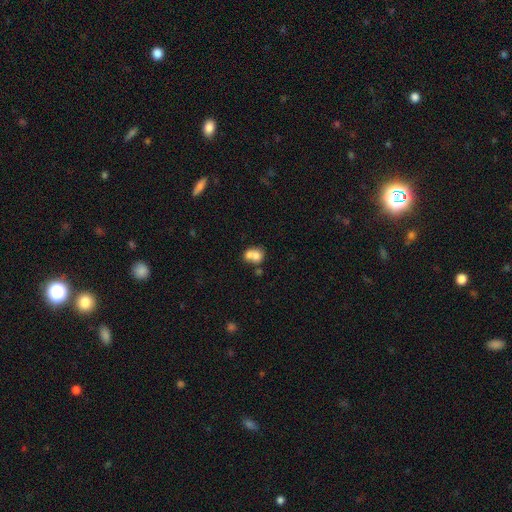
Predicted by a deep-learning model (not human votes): Smooth or featured? smooth (71%)
How rounded? round (59%)
Merging? merger (65%)